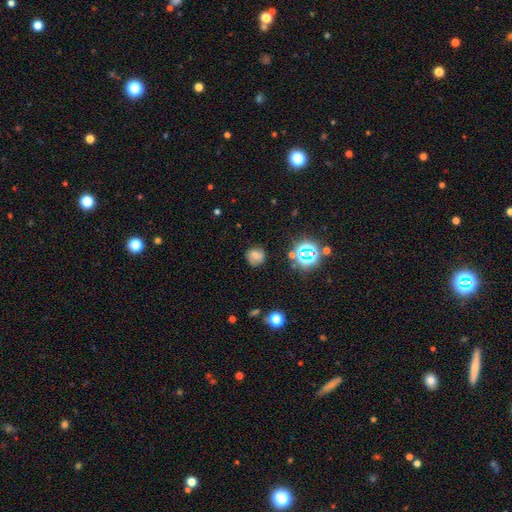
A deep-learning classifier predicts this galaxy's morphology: smooth-or-featured: smooth: 56% | featured or disk: 24% | star or artifact: 20%
  how-rounded: round: 85% | in between: 14% | cigar-shaped: 1%
  merging: none: 77% | minor disturbance: 16% | major disturbance: 5% | merger: 2%